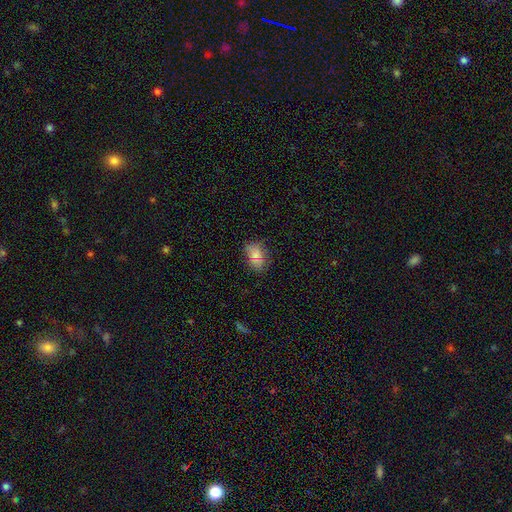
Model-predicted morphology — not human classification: smooth_or_featured: smooth (p=0.77) [alt: featured or disk p=0.12]
how_rounded: in between (p=0.79) [alt: round p=0.19]
merging: none (p=0.67) [alt: minor disturbance p=0.23]